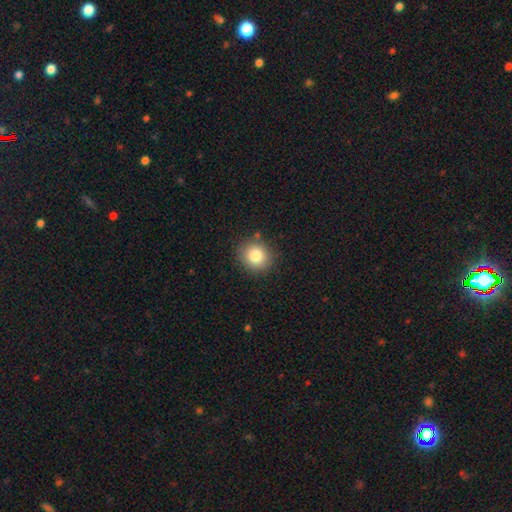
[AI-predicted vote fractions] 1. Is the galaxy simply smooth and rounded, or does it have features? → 82% smooth, 11% star or artifact, 8% featured or disk.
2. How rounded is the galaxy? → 86% round, 13% in between, 1% cigar-shaped.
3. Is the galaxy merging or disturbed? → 86% none, 9% minor disturbance, 3% major disturbance, 2% merger.